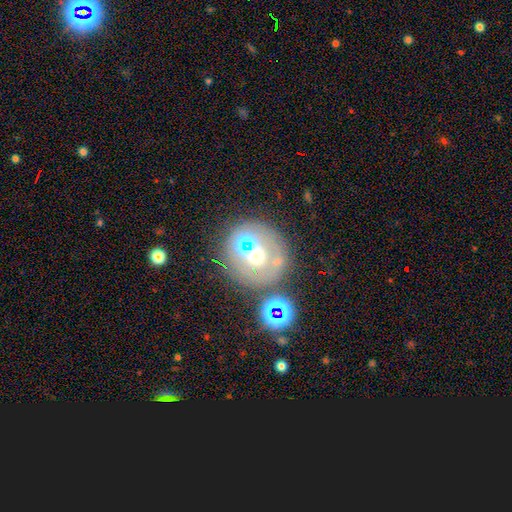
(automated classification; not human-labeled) Smooth or featured? smooth (40%)
Merging? none (63%)